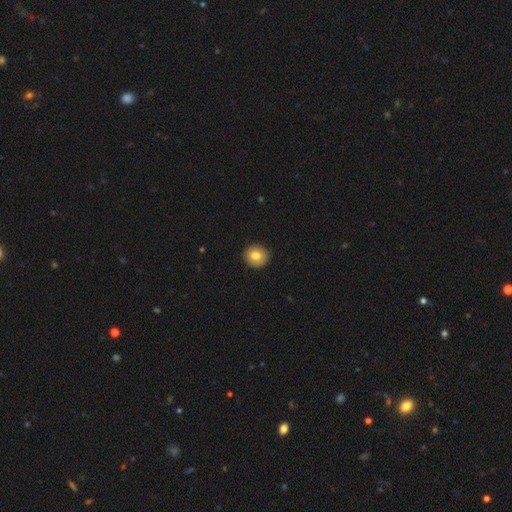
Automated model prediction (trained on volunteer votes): This is likely a smooth galaxy (78%). How rounded: clearly round (91%). Merging: clearly none (91%).